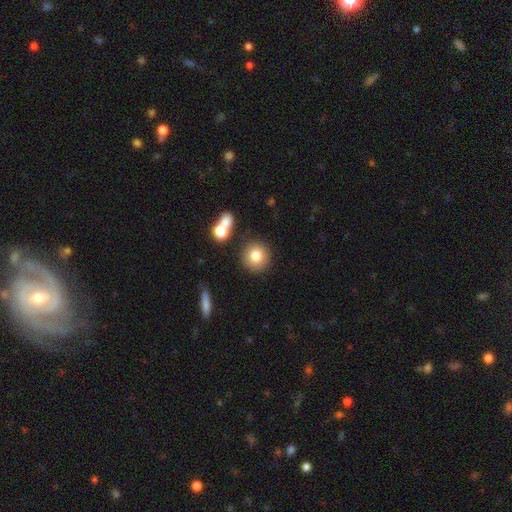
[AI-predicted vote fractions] Smooth or featured? Predicted: smooth (p=0.80). How rounded? Predicted: round (p=0.91). Merging? Predicted: none (p=0.82).